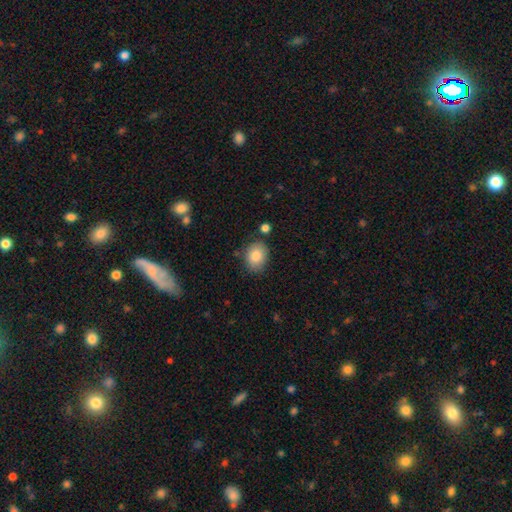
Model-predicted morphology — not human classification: This appears to be a smooth galaxy with no disk features (85%) that is in between round and cigar-shaped (57%). Merging: none (78%).